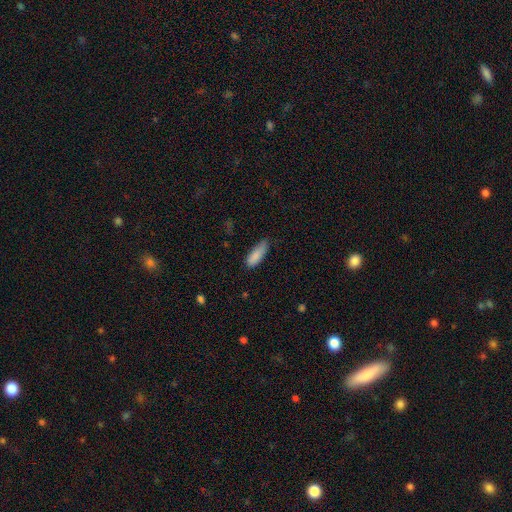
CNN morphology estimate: A smooth galaxy with no disk features (87%) that is in between round and cigar-shaped (64%). Merging: none (61%).